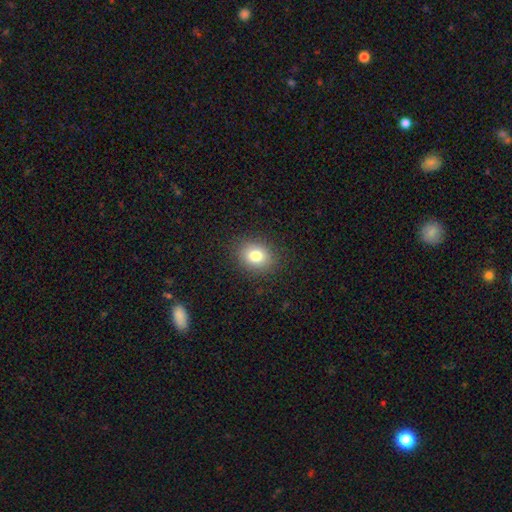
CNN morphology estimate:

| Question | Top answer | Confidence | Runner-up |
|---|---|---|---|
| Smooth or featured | smooth | 81% | star or artifact (11%) |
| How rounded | round | 52% | in between (47%) |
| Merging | none | 88% | minor disturbance (8%) |